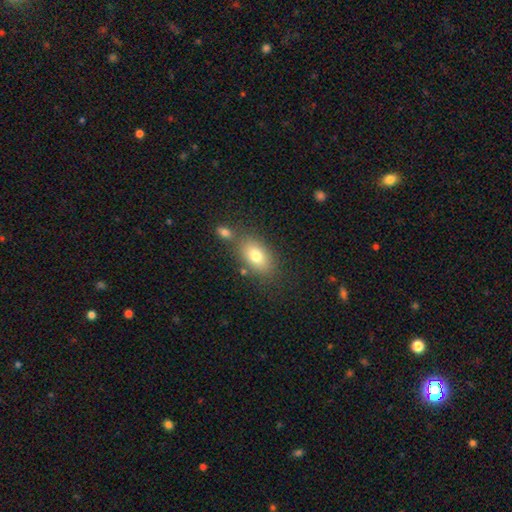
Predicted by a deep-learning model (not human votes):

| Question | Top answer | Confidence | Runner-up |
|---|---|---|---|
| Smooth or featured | smooth | 78% | featured or disk (14%) |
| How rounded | in between | 88% | round (10%) |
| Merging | none | 67% | merger (16%) |